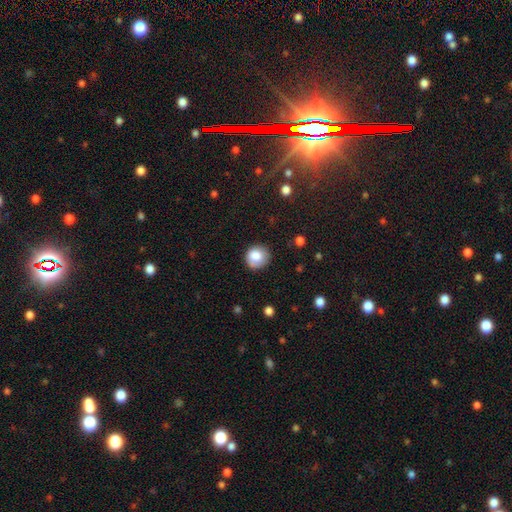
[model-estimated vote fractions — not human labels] This appears to be a smooth galaxy with no disk features (84%) that is round (86%). Merging: none (81%).